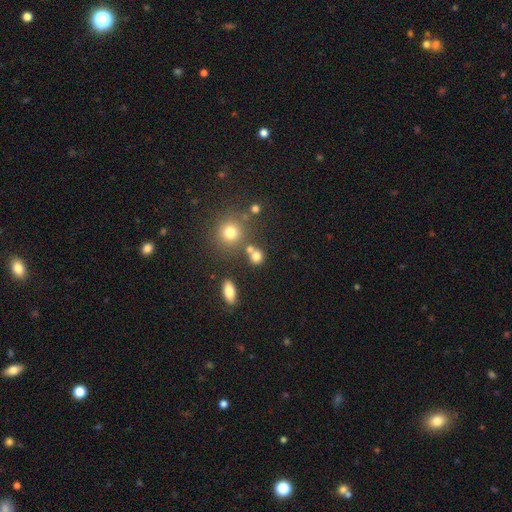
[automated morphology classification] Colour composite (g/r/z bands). It shows a smooth galaxy with no disk features (77%) that is round (80%). Merging: none (61%).